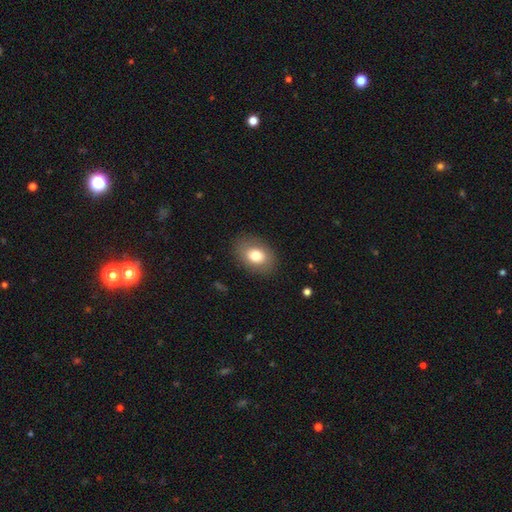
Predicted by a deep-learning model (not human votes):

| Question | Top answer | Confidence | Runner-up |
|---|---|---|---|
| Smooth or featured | smooth | 76% | featured or disk (16%) |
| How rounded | in between | 75% | round (24%) |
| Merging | none | 85% | minor disturbance (10%) |